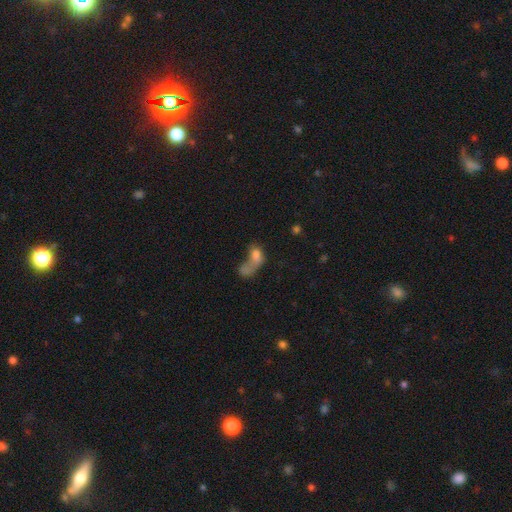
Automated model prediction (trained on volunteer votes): A smooth galaxy with no disk features (66%) that is in between round and cigar-shaped (72%).

Vote fractions:
- Smooth or featured? smooth: 66% / featured or disk: 22% / star or artifact: 12%
- How rounded? in between: 72% / round: 24% / cigar-shaped: 4%
- Merging? merger: 56% / major disturbance: 24% / none: 13% / minor disturbance: 8%